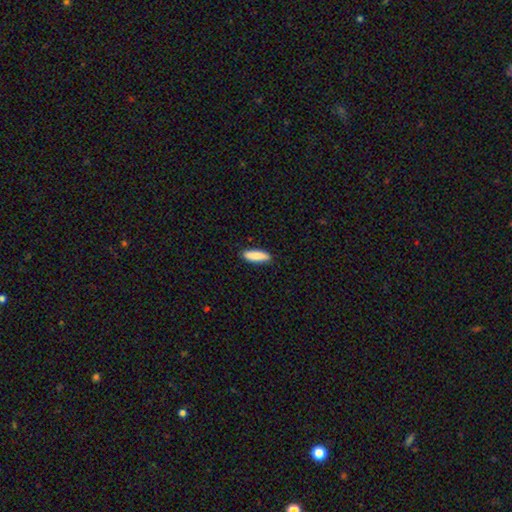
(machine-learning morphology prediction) A smooth galaxy with no disk features (88%) that is cigar-shaped (62%).

Vote fractions:
- Smooth or featured? smooth: 88% / featured or disk: 6% / star or artifact: 6%
- How rounded? cigar-shaped: 62% / in between: 37% / round: 2%
- Merging? none: 88% / minor disturbance: 9% / major disturbance: 2% / merger: 1%